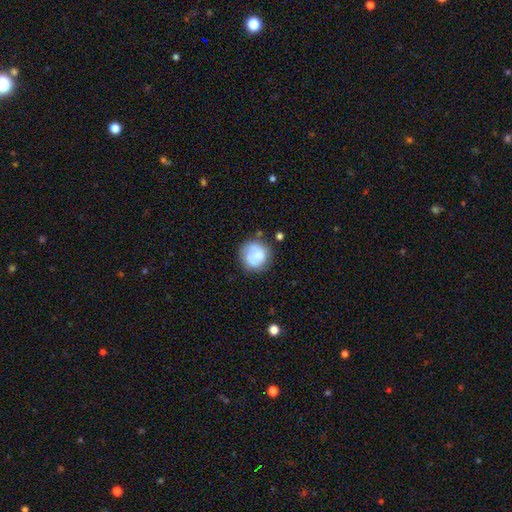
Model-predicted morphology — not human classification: A smooth galaxy with no disk features (65%) that is round (86%).

Vote fractions:
- Smooth or featured? smooth: 65% / featured or disk: 27% / star or artifact: 8%
- How rounded? round: 86% / in between: 13% / cigar-shaped: 1%
- Merging? none: 62% / minor disturbance: 21% / major disturbance: 10% / merger: 7%